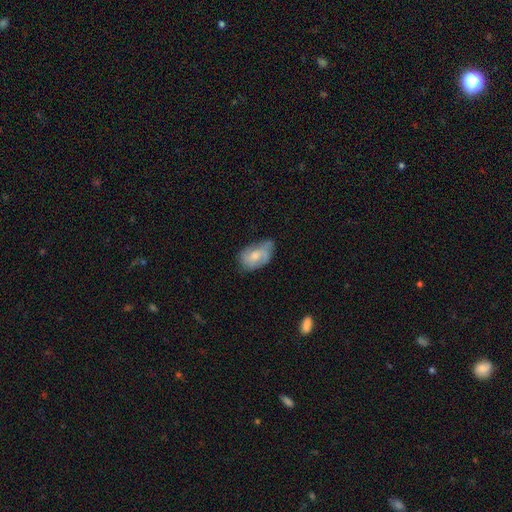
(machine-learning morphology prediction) smooth_or_featured: smooth (p=0.48) [alt: featured or disk p=0.45]
merging: none (p=0.47) [alt: minor disturbance p=0.37]